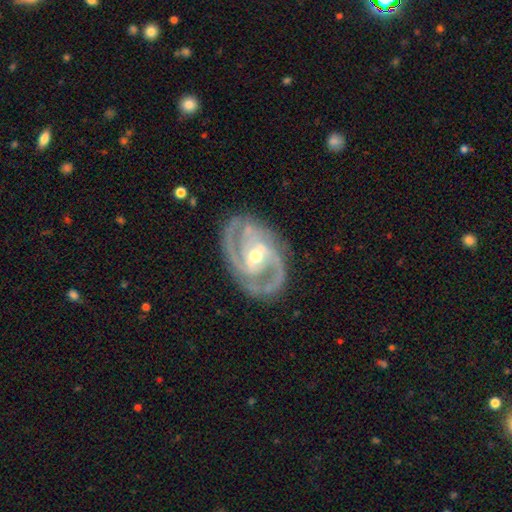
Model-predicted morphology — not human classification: A featured or disk galaxy (92%) with a weak bar (45%), 2 (70%) medium (51%) spiral arms (98%) and a moderate central bulge (60%). Merging: none (79%).